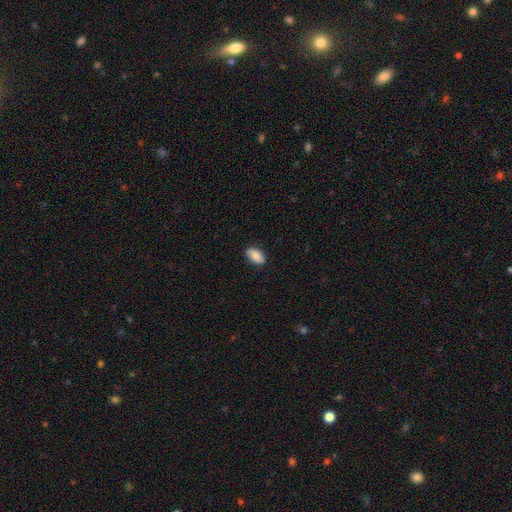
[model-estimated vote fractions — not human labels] Overall: smooth (85%). How rounded: in between (92%). Merging: none (87%).